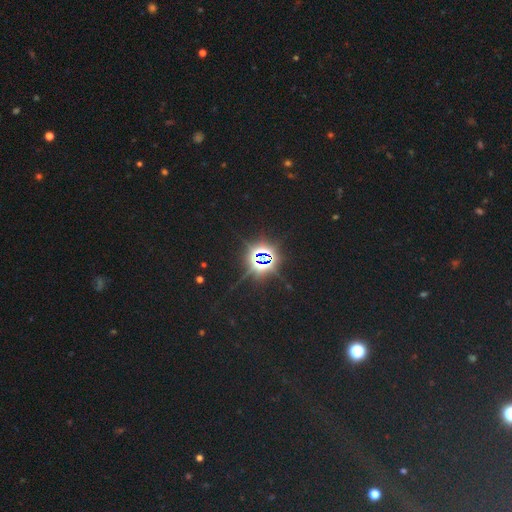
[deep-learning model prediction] star or artifact 85%, smooth 8%, featured or disk 8%.